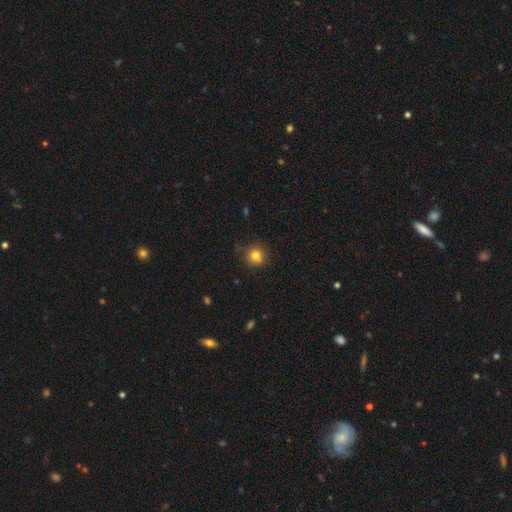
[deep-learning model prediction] Smooth or featured? smooth (80%)
How rounded? round (92%)
Merging? none (82%)